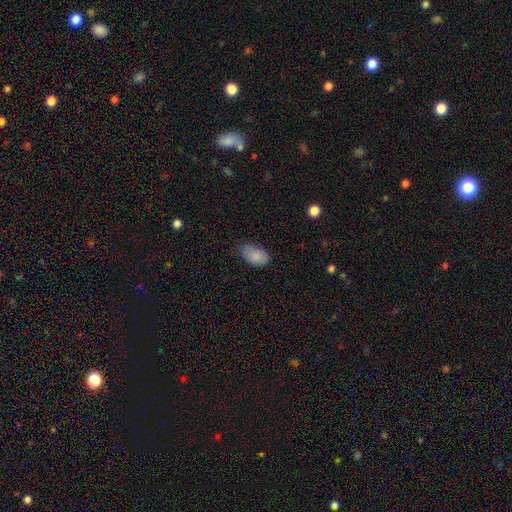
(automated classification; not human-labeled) This is clearly a smooth galaxy (85%). How rounded: clearly in between (93%). Merging: likely none (62%).